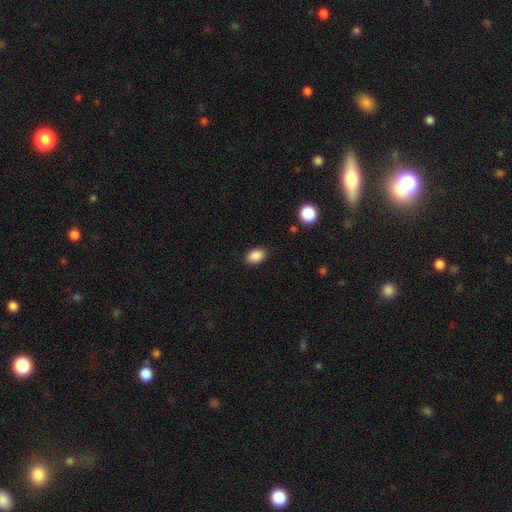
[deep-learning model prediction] Smooth or featured? smooth (88%)
How rounded? in between (82%)
Merging? none (85%)